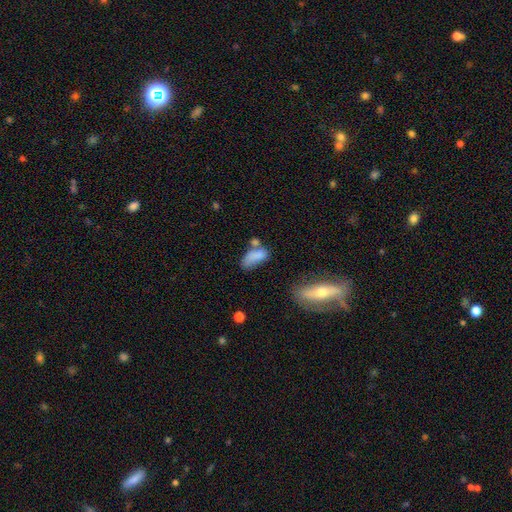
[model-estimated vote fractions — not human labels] smooth_or_featured: smooth (p=0.76) [alt: featured or disk p=0.14]
how_rounded: in between (p=0.87) [alt: cigar-shaped p=0.09]
merging: none (p=0.33) [alt: merger p=0.27]